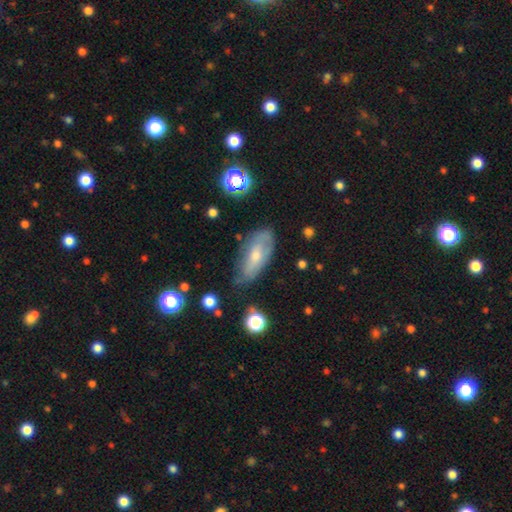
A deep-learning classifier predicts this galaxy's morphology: smooth 47%, featured or disk 44%, star or artifact 9%. Down the decision tree: merging — none (61%).